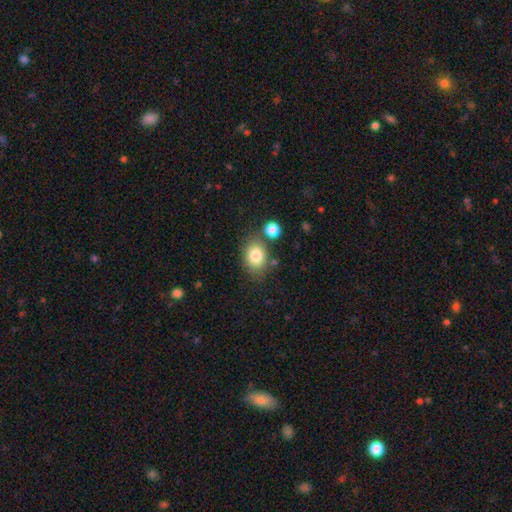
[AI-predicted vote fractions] Morphology: type=smooth (82%); roundness=in between (68%); merging=none (72%).